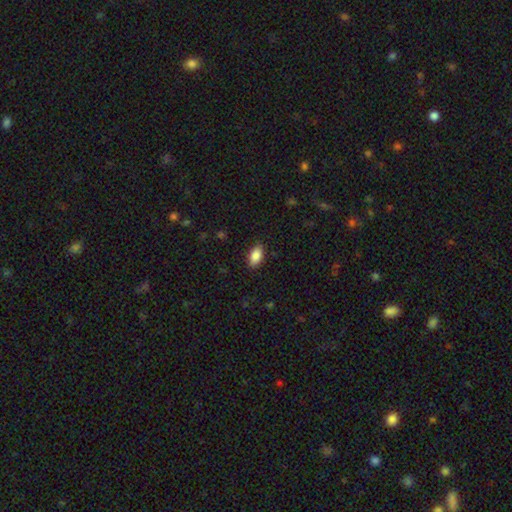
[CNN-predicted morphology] type=smooth (88%); roundness=in between (93%); merging=none (87%).